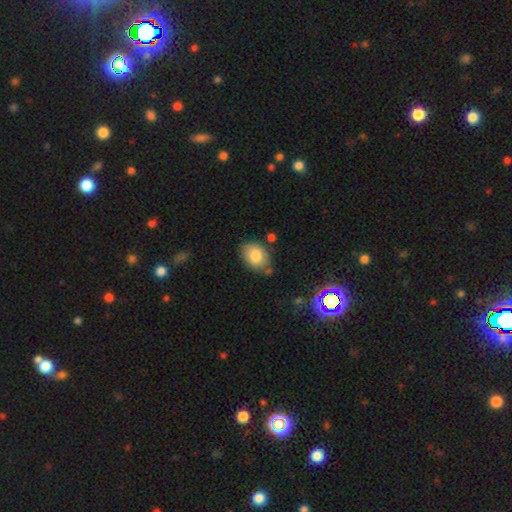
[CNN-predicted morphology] Smooth or featured? smooth (81%)
How rounded? in between (76%)
Merging? none (71%)